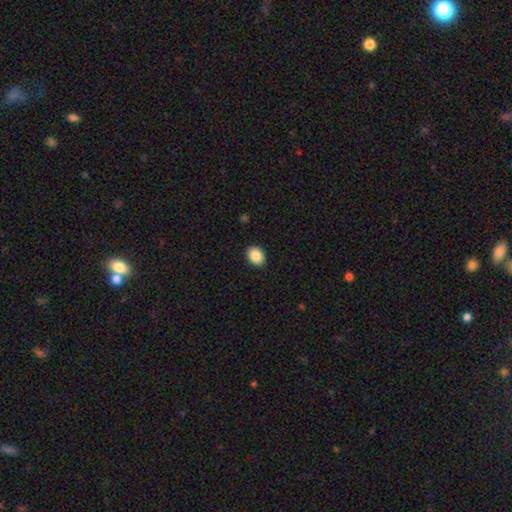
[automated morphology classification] The model was most divided on "how rounded": in between: 60%, round: 39%, cigar-shaped: 1%. More confident: merging — none (90%); smooth or featured — smooth (88%).